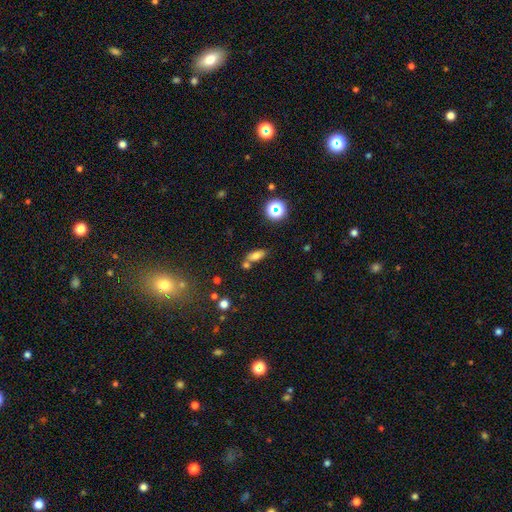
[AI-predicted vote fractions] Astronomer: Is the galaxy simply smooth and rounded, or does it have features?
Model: smooth — 71%.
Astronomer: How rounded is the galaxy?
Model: in between — 76%.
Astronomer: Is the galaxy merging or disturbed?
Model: none — 59%.